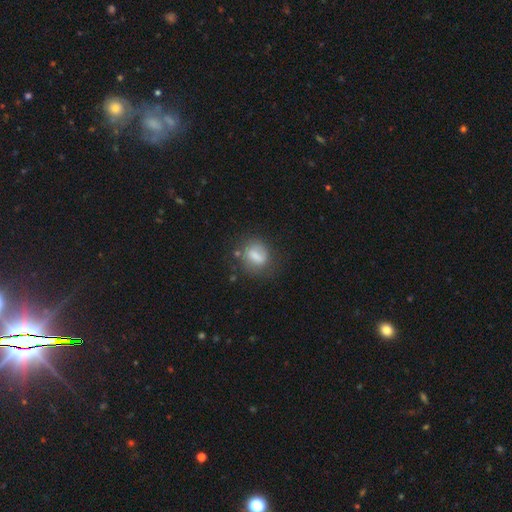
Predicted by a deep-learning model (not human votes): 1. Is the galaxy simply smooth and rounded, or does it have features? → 63% smooth, 28% featured or disk, 9% star or artifact.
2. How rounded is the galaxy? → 48% round, 47% in between, 5% cigar-shaped.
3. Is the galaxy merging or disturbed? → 60% none, 23% minor disturbance, 11% major disturbance, 6% merger.